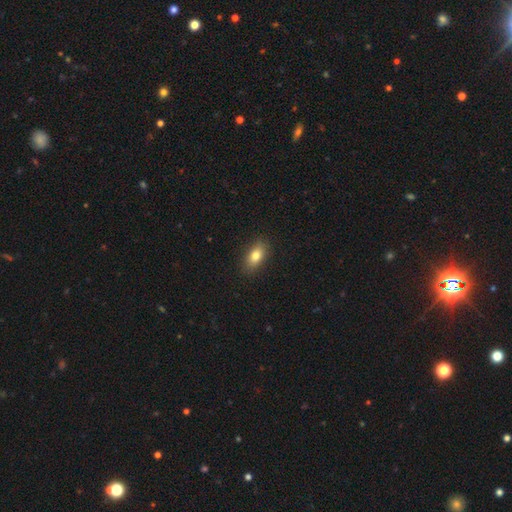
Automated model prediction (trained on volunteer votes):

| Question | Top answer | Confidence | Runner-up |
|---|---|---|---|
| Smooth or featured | smooth | 81% | featured or disk (11%) |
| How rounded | in between | 86% | round (8%) |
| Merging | none | 88% | minor disturbance (9%) |